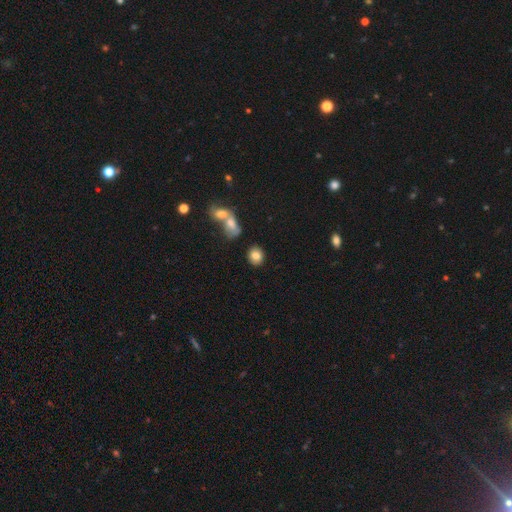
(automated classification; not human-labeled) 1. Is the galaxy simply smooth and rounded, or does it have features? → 82% smooth, 9% featured or disk, 9% star or artifact.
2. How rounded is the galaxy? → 59% round, 40% in between, 1% cigar-shaped.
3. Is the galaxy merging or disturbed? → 79% none, 10% minor disturbance, 8% merger, 3% major disturbance.